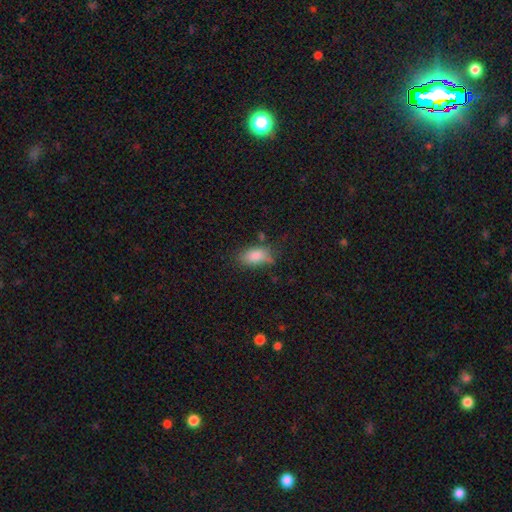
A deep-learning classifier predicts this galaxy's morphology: The model was most divided on "merging": none: 63%, minor disturbance: 26%, major disturbance: 7%, merger: 4%. More confident: how rounded — in between (90%); smooth or featured — smooth (83%).